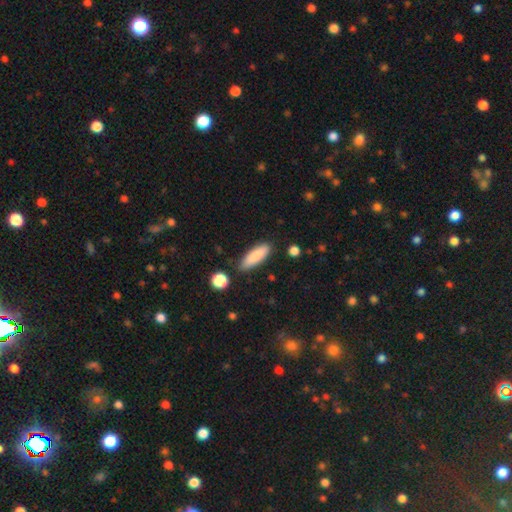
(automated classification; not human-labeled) The model was most divided on "how rounded": in between: 52%, cigar-shaped: 47%, round: 2%. More confident: smooth or featured — smooth (83%); merging — none (81%).